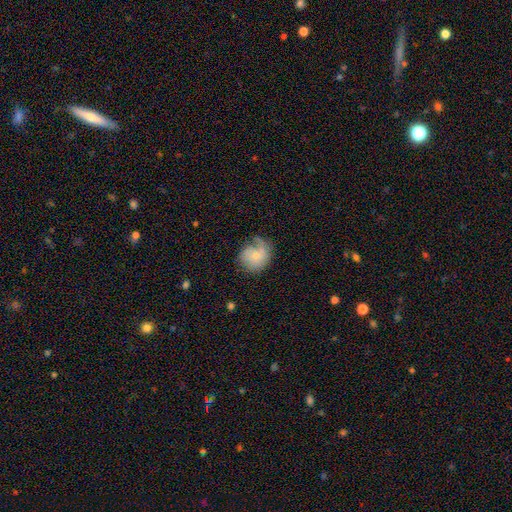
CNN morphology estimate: A featured or disk galaxy (49%).

Vote fractions:
- Smooth or featured? featured or disk: 49% / smooth: 43% / star or artifact: 8%
- Merging? none: 47% / minor disturbance: 29% / major disturbance: 21% / merger: 3%